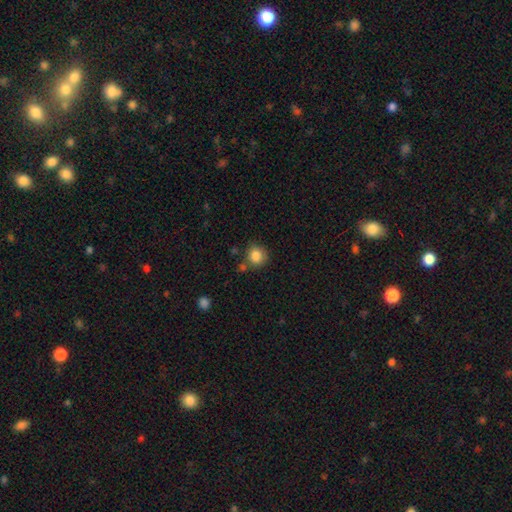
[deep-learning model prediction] Q: Smooth or featured?
A: smooth (85%); runner-up: star or artifact (9%)
Q: How rounded?
A: round (81%); runner-up: in between (18%)
Q: Merging?
A: none (70%); runner-up: minor disturbance (16%)